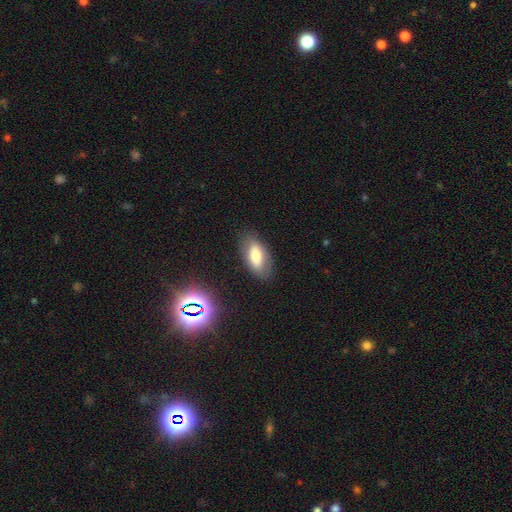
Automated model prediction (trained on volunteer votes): A smooth galaxy with no disk features (71%) that is in between round and cigar-shaped (89%).

Vote fractions:
- Smooth or featured? smooth: 71% / featured or disk: 20% / star or artifact: 9%
- How rounded? in between: 89% / cigar-shaped: 8% / round: 3%
- Merging? none: 81% / minor disturbance: 14% / major disturbance: 4% / merger: 2%